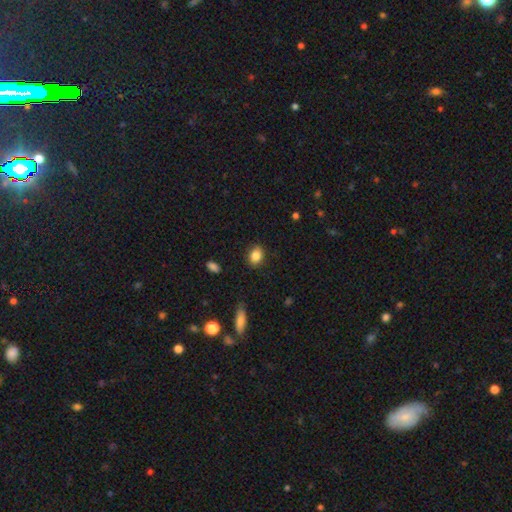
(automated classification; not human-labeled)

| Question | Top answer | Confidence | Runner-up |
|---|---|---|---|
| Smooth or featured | smooth | 85% | star or artifact (9%) |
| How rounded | in between | 60% | round (39%) |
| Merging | none | 88% | minor disturbance (9%) |